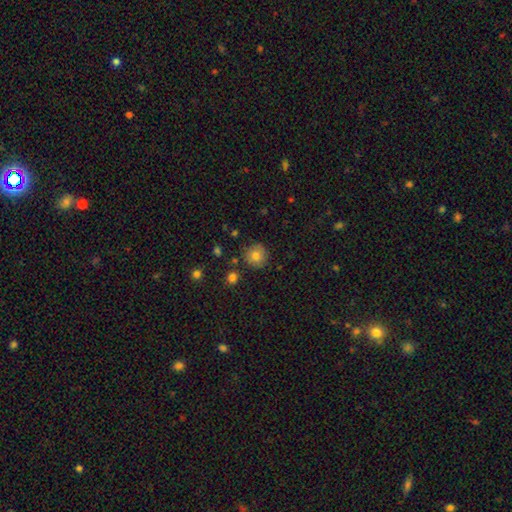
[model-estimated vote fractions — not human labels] Smooth or featured: smooth — 80% (star or artifact — 11%)
How rounded: round — 93% (in between — 6%)
Merging: none — 85% (minor disturbance — 10%)